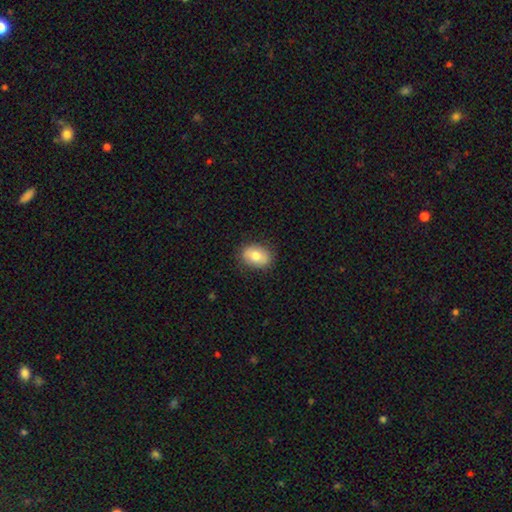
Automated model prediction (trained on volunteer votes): Smooth or featured: smooth — 76% (featured or disk — 16%)
How rounded: in between — 75% (round — 23%)
Merging: none — 86% (minor disturbance — 11%)